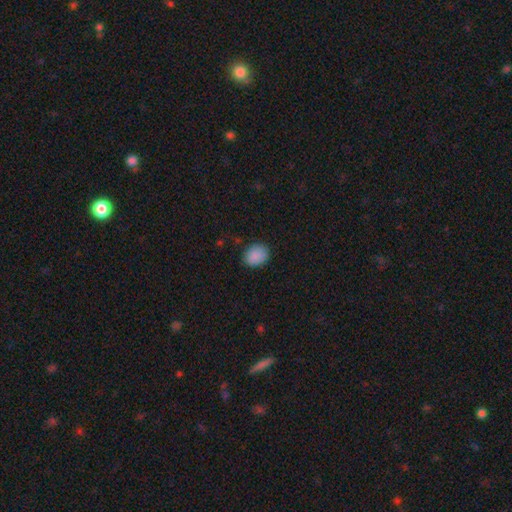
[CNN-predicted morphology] Smooth or featured?
  - smooth: 88% *
  - star or artifact: 8%
  - featured or disk: 4%
How rounded?
  - in between: 52% *
  - round: 47%
  - cigar-shaped: 1%
Merging?
  - none: 83% *
  - minor disturbance: 13%
  - major disturbance: 3%
  - merger: 1%